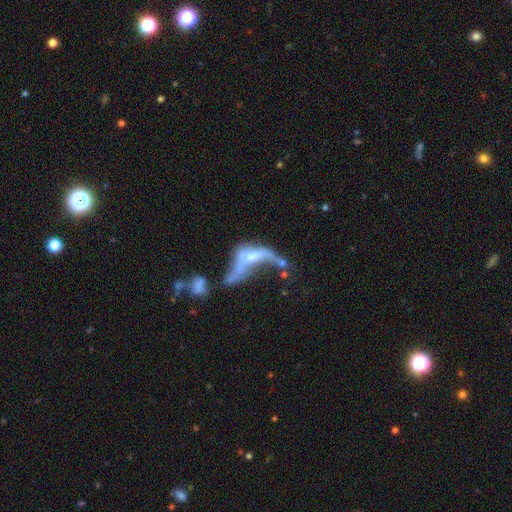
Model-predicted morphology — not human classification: The model was most divided on "bulge size": none: 38%, small: 30%, moderate: 25%, large: 4%, dominant: 2%. Remaining: edge-on disk — no (89%); bar — no (72%); spiral arms — no (70%); smooth or featured — featured or disk (63%); merging — merger (47%).